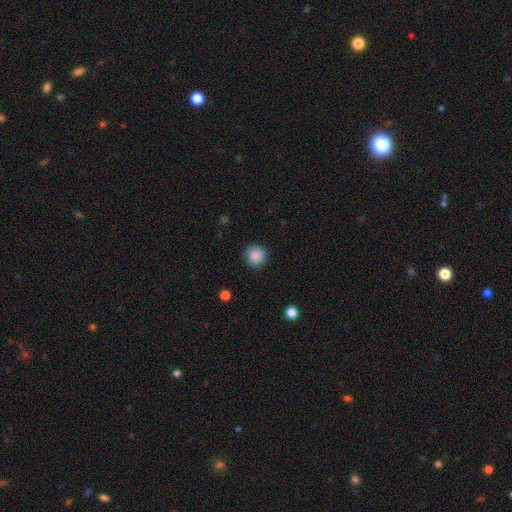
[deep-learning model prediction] This appears to be a smooth galaxy with no disk features (87%) that is round (93%). Merging: none (87%).